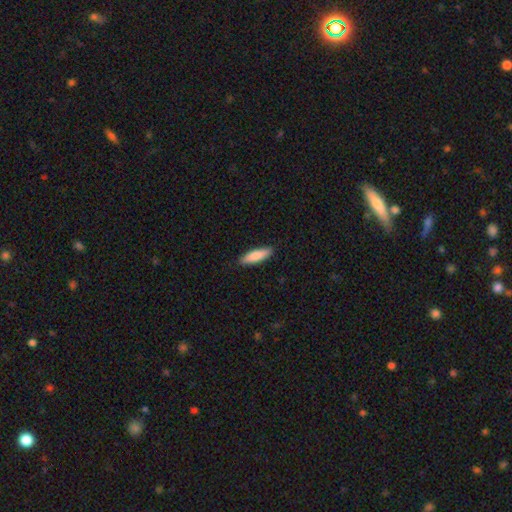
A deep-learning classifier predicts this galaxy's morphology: smooth_or_featured: smooth (p=0.85) [alt: featured or disk p=0.10]
how_rounded: cigar-shaped (p=0.58) [alt: in between p=0.41]
merging: none (p=0.89) [alt: minor disturbance p=0.08]